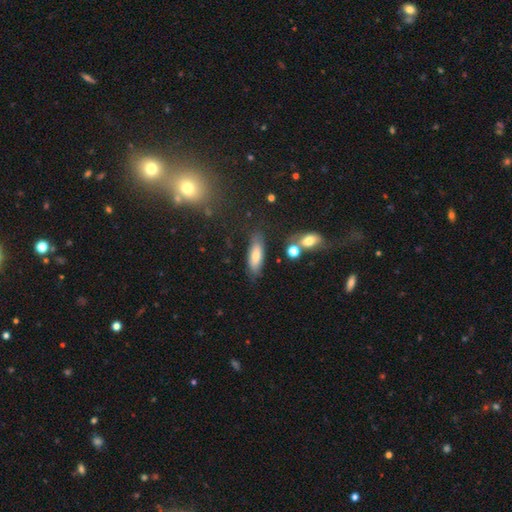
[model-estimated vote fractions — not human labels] Morphology: type=smooth (69%); roundness=in between (61%); merging=none (71%).